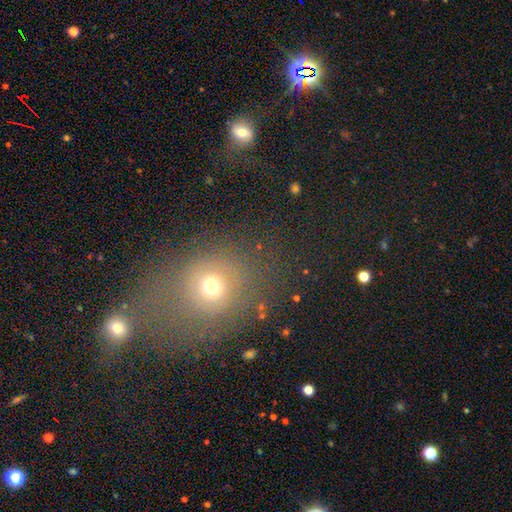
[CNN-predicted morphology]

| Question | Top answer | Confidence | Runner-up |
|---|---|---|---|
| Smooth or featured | smooth | 55% | star or artifact (33%) |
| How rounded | round | 58% | in between (40%) |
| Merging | none | 61% | merger (16%) |